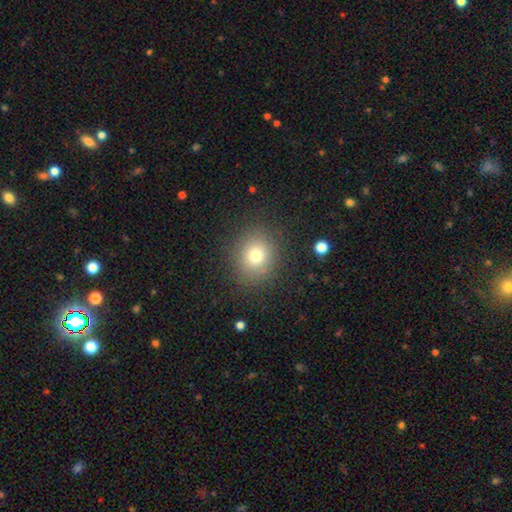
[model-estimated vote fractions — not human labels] Smooth or featured? Predicted: smooth (p=0.75). How rounded? Predicted: round (p=0.80). Merging? Predicted: none (p=0.85).